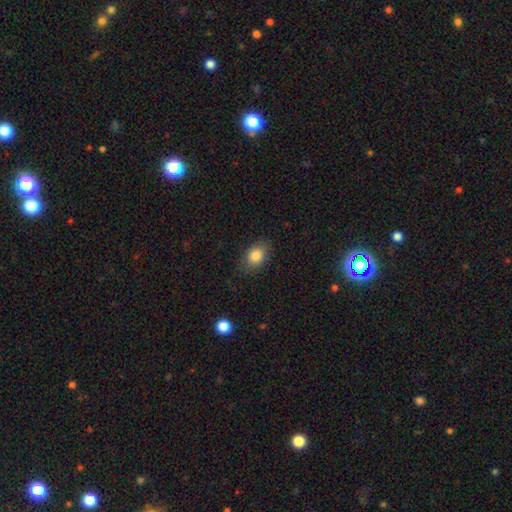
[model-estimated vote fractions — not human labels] Smooth or featured: smooth — 83% (featured or disk — 8%)
How rounded: in between — 79% (round — 20%)
Merging: none — 80% (minor disturbance — 15%)